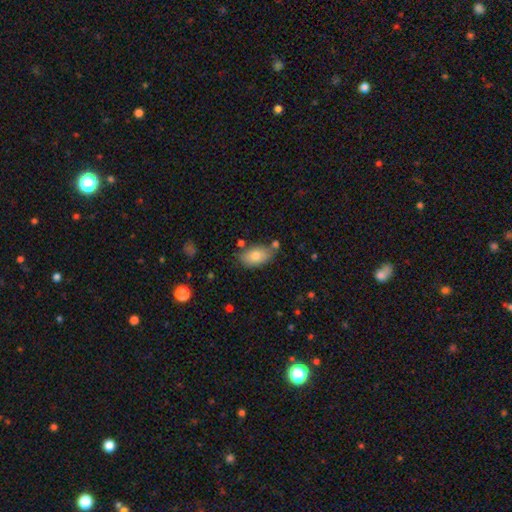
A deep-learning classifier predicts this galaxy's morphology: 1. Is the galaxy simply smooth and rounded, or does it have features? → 78% smooth, 14% featured or disk, 7% star or artifact.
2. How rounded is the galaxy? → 92% in between, 6% round, 3% cigar-shaped.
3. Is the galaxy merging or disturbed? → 71% none, 17% minor disturbance, 8% merger, 4% major disturbance.